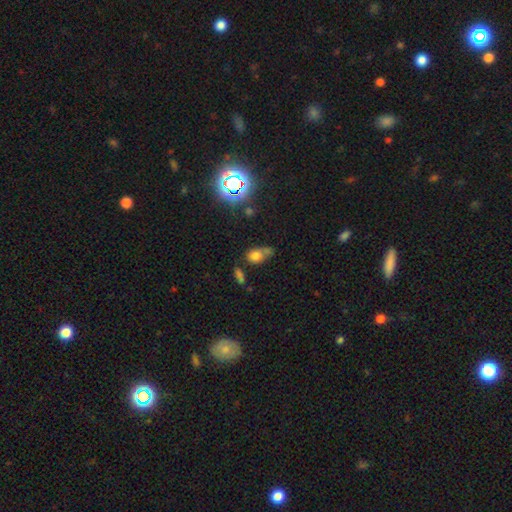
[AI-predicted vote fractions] smooth_or_featured: smooth (p=0.68) [alt: star or artifact p=0.20]
how_rounded: in between (p=0.68) [alt: round p=0.28]
merging: none (p=0.37) [alt: merger p=0.29]